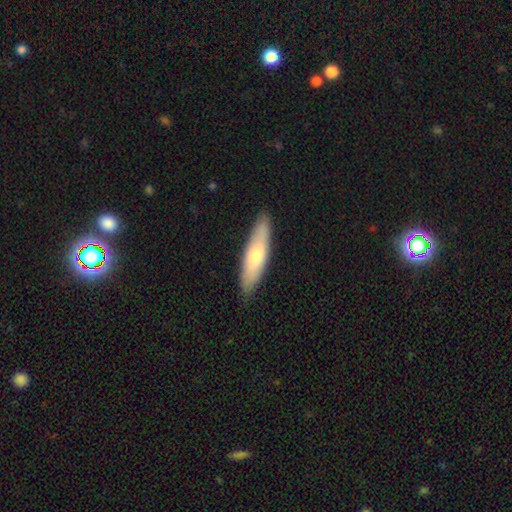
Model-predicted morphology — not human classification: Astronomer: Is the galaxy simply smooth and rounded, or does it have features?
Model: smooth — 58% (runner-up: featured or disk, 33%).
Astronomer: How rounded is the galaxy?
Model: cigar-shaped — 73%.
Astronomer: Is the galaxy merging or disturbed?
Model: none — 88%.